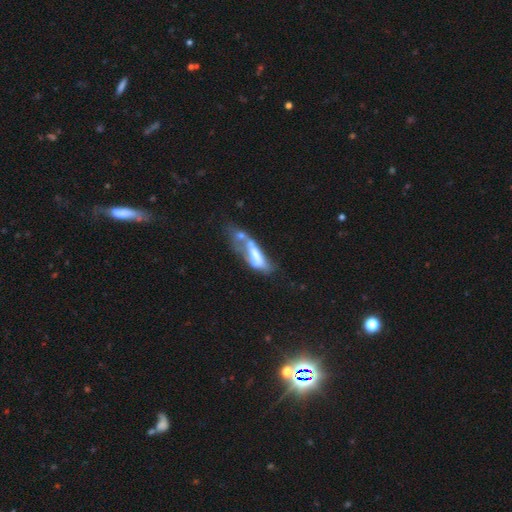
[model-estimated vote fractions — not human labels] smooth_or_featured: featured or disk (p=0.49) [alt: smooth p=0.42]
merging: merger (p=0.43) [alt: major disturbance p=0.30]